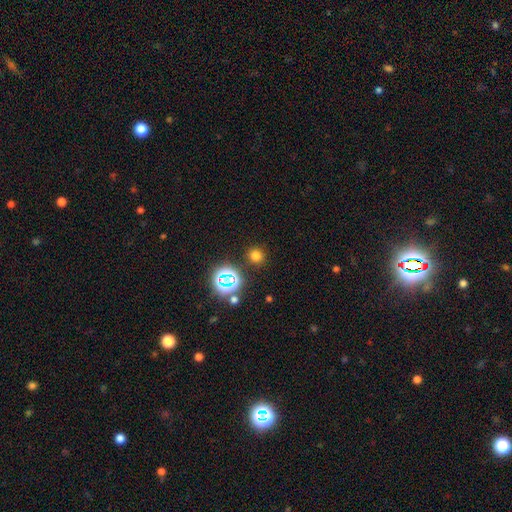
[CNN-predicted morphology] A smooth galaxy with no disk features (70%) that is round (90%).

Vote fractions:
- Smooth or featured? smooth: 70% / star or artifact: 25% / featured or disk: 6%
- How rounded? round: 90% / in between: 9% / cigar-shaped: 1%
- Merging? none: 88% / minor disturbance: 6% / merger: 3% / major disturbance: 3%